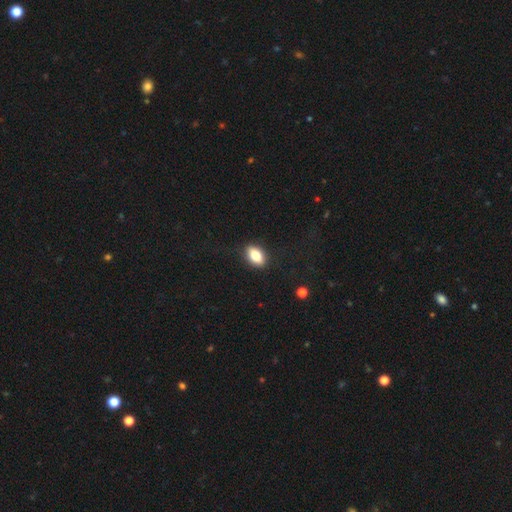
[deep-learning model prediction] Q: Smooth or featured?
A: smooth (79%); runner-up: featured or disk (14%)
Q: How rounded?
A: in between (87%); runner-up: round (9%)
Q: Merging?
A: none (87%); runner-up: minor disturbance (10%)